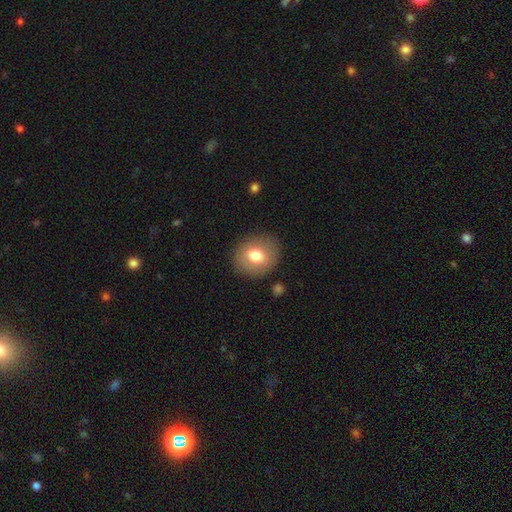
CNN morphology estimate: smooth_or_featured: smooth (p=0.73) [alt: featured or disk p=0.19]
how_rounded: round (p=0.63) [alt: in between p=0.36]
merging: none (p=0.85) [alt: minor disturbance p=0.10]